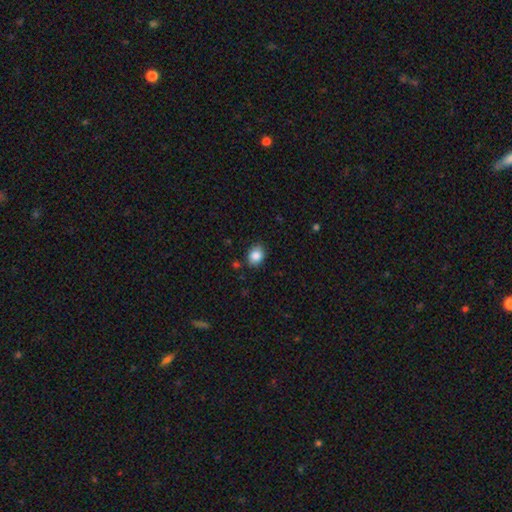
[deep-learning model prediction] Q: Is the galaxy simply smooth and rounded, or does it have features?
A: smooth — 86%.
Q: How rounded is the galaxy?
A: in between — 54%.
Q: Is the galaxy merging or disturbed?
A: none — 84%.